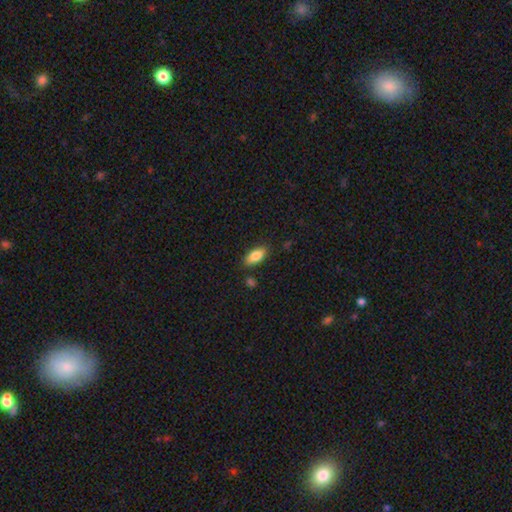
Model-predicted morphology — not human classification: type=smooth (84%); roundness=in between (88%); merging=none (84%).